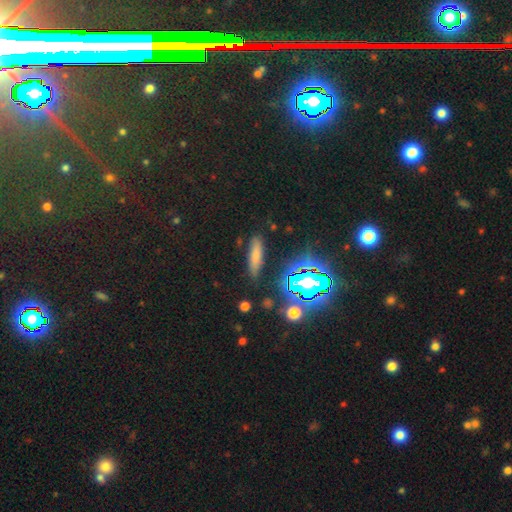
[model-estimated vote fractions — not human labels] A smooth galaxy with no disk features (67%) that is cigar-shaped (69%).

Vote fractions:
- Smooth or featured? smooth: 67% / star or artifact: 19% / featured or disk: 14%
- How rounded? cigar-shaped: 69% / in between: 28% / round: 3%
- Merging? none: 82% / minor disturbance: 12% / major disturbance: 3% / merger: 2%